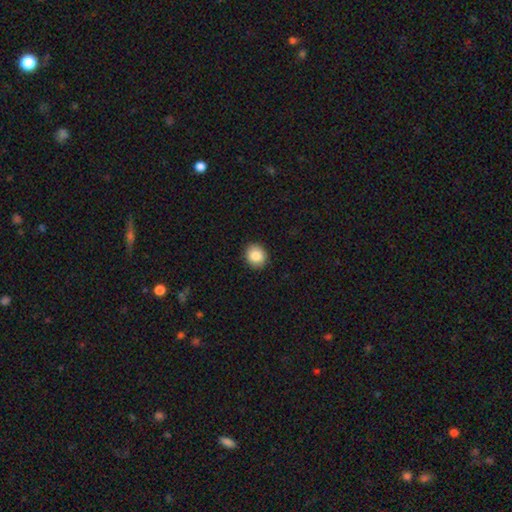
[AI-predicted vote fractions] A smooth galaxy with no disk features (86%) that is round (78%). Merging: none (91%).